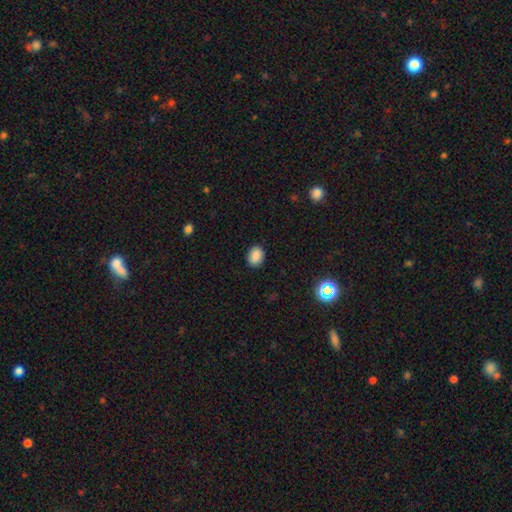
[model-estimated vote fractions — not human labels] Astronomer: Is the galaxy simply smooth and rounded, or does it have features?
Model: smooth — 88%.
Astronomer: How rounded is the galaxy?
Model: in between — 66%.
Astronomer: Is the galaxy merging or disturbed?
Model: none — 88%.